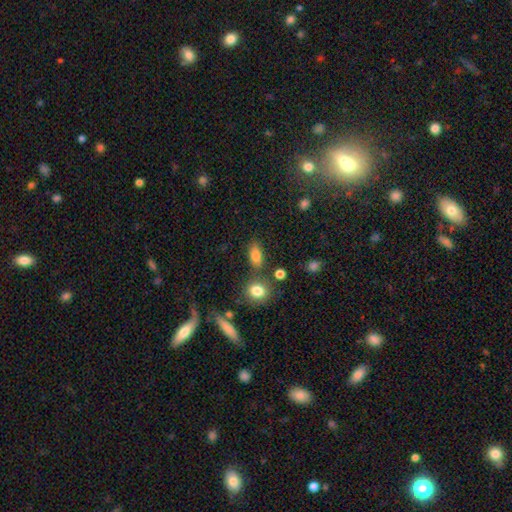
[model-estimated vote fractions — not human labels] Q: Smooth or featured?
A: smooth (81%); runner-up: star or artifact (10%)
Q: How rounded?
A: in between (83%); runner-up: round (11%)
Q: Merging?
A: none (72%); runner-up: minor disturbance (13%)